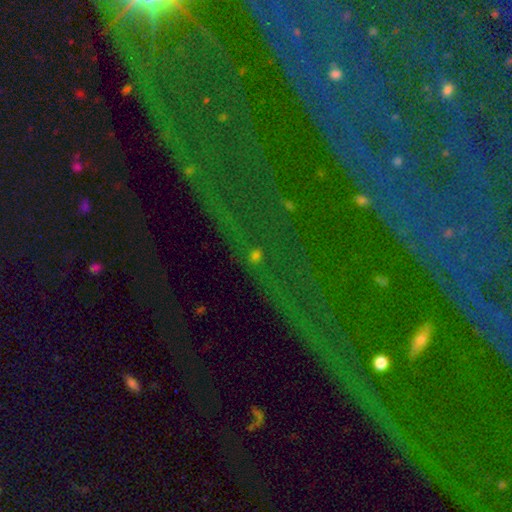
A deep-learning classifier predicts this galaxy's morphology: Overall: smooth (52%; star or artifact 38%). How rounded: round (63%; in between 34%). Merging: none (72%).